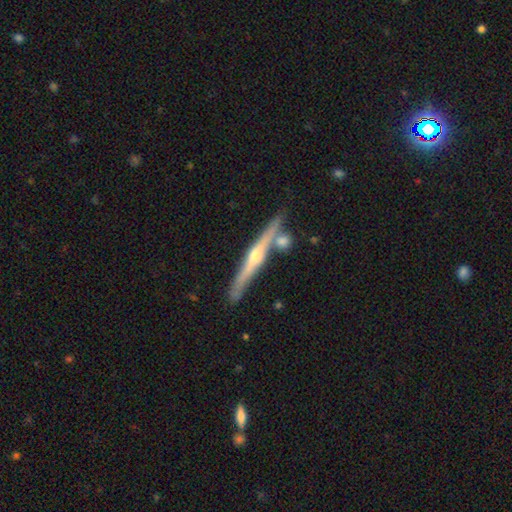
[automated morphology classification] smooth-or-featured: featured or disk: 80% | smooth: 14% | star or artifact: 6%
  disk-edge-on: yes: 98% | no: 2%
    edge-on-bulge: rounded: 88% | none: 8% | boxy: 4%
  merging: none: 79% | minor disturbance: 10% | merger: 9% | major disturbance: 2%